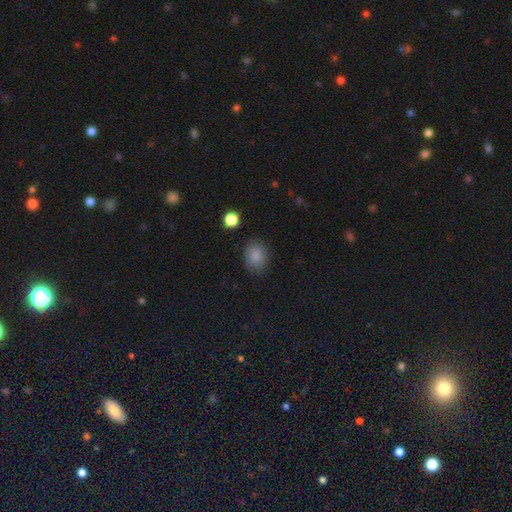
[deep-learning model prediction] smooth 84%, star or artifact 10%, featured or disk 6%. Down the decision tree: how rounded — in between (53%); merging — none (80%).